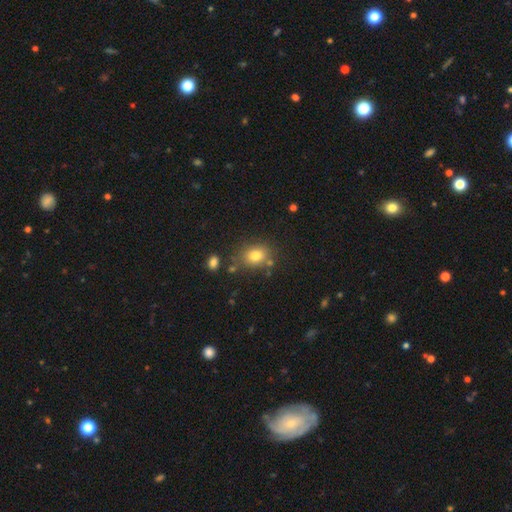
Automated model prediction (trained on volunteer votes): smooth_or_featured: smooth (p=0.78) [alt: star or artifact p=0.12]
how_rounded: round (p=0.50) [alt: in between p=0.49]
merging: none (p=0.74) [alt: minor disturbance p=0.14]